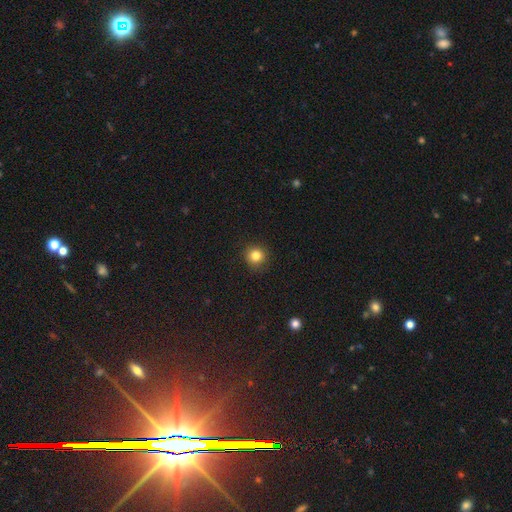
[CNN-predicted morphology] smooth_or_featured: smooth (p=0.83) [alt: star or artifact p=0.12]
how_rounded: round (p=0.94) [alt: in between p=0.05]
merging: none (p=0.91) [alt: minor disturbance p=0.06]